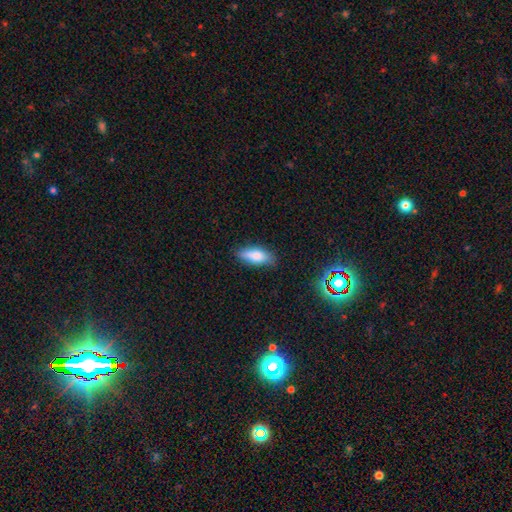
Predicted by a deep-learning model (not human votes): smooth_or_featured: smooth (p=0.78) [alt: featured or disk p=0.15]
how_rounded: in between (p=0.72) [alt: cigar-shaped p=0.25]
merging: none (p=0.76) [alt: minor disturbance p=0.19]